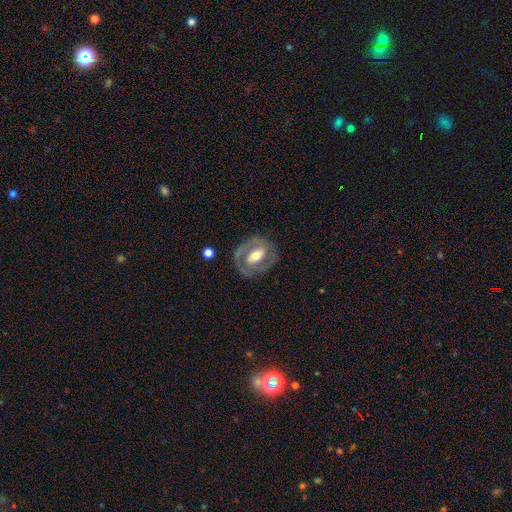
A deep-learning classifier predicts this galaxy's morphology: smooth_or_featured: featured or disk (p=0.69) [alt: smooth p=0.26]
disk_edge_on: no (p=0.94) [alt: yes p=0.06]
bar: weak (p=0.35) [alt: no p=0.33]
has_spiral_arms: no (p=0.51) [alt: yes p=0.49]
bulge_size: moderate (p=0.63) [alt: large p=0.20]
merging: none (p=0.74) [alt: minor disturbance p=0.15]